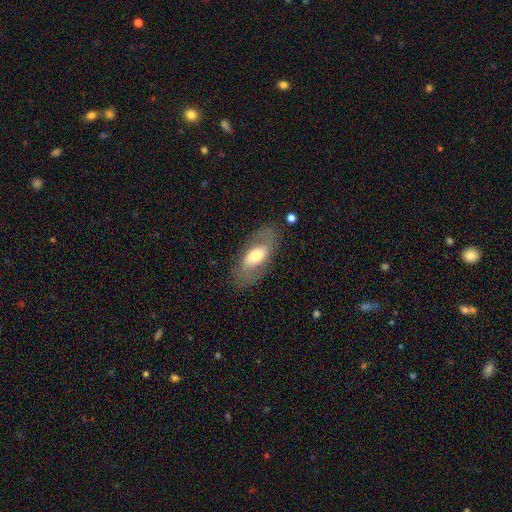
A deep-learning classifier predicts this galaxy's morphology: Smooth or featured? Predicted: featured or disk (p=0.57). Edge-on disk? Predicted: no (p=0.87). Merging? Predicted: none (p=0.74).